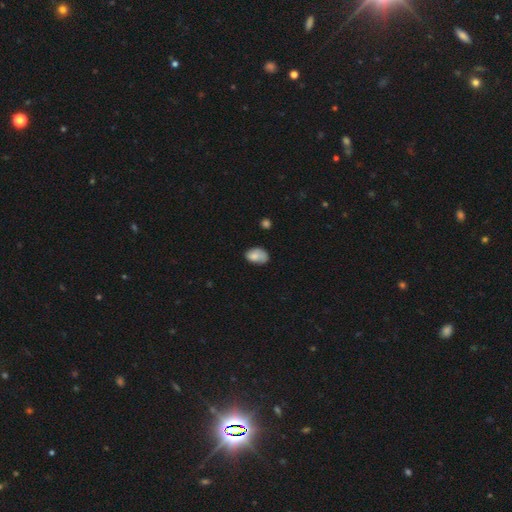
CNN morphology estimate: This appears to be a smooth galaxy with no disk features (78%) that is in between round and cigar-shaped (86%). Merging: none (48%).